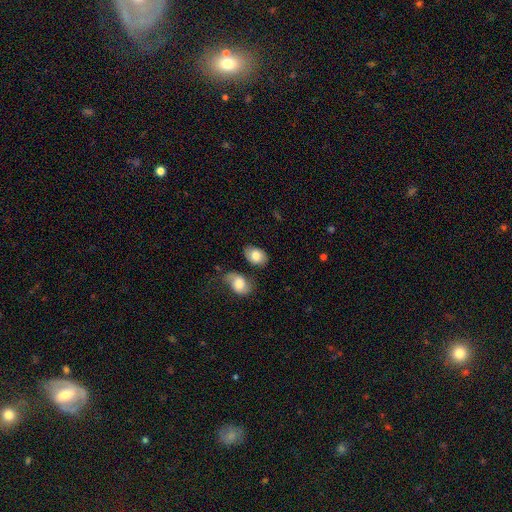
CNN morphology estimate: smooth_or_featured: smooth (p=0.75) [alt: featured or disk p=0.18]
how_rounded: in between (p=0.83) [alt: round p=0.16]
merging: none (p=0.68) [alt: minor disturbance p=0.15]